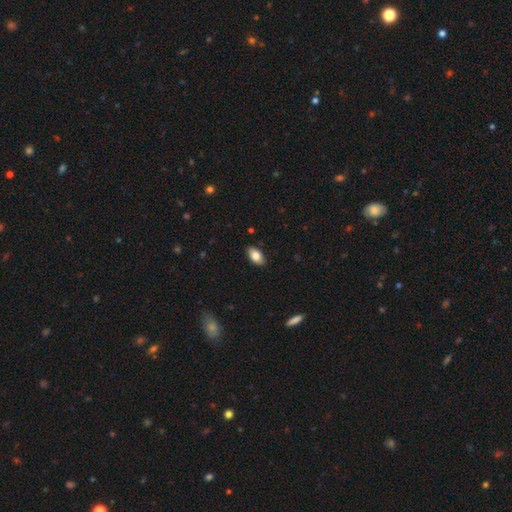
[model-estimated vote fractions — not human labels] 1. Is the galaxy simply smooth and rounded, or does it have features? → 82% smooth, 11% featured or disk, 7% star or artifact.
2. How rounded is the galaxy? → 93% in between, 4% round, 3% cigar-shaped.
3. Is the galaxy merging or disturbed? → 87% none, 10% minor disturbance, 2% major disturbance, 1% merger.